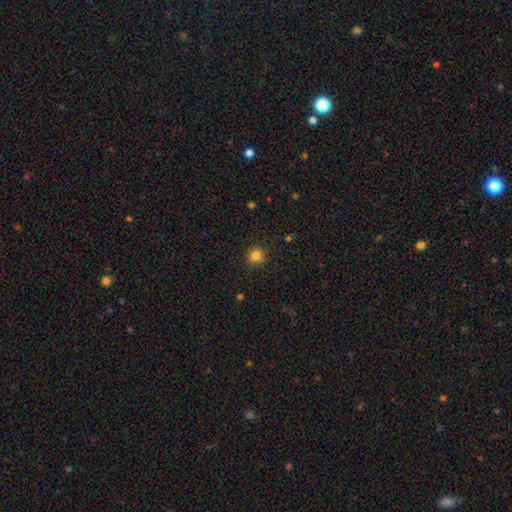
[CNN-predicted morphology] smooth-or-featured: smooth: 82% | star or artifact: 13% | featured or disk: 5%
  how-rounded: round: 94% | in between: 5% | cigar-shaped: 1%
  merging: none: 91% | minor disturbance: 6% | major disturbance: 2% | merger: 1%